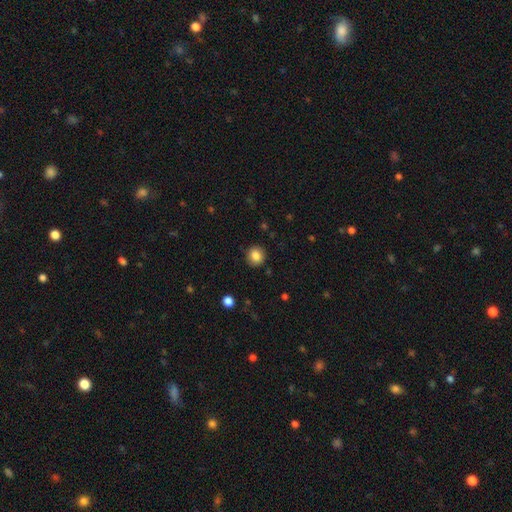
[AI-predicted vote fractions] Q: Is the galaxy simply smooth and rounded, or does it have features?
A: smooth — 85%.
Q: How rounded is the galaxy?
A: round — 84%.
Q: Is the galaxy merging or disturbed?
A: none — 89%.